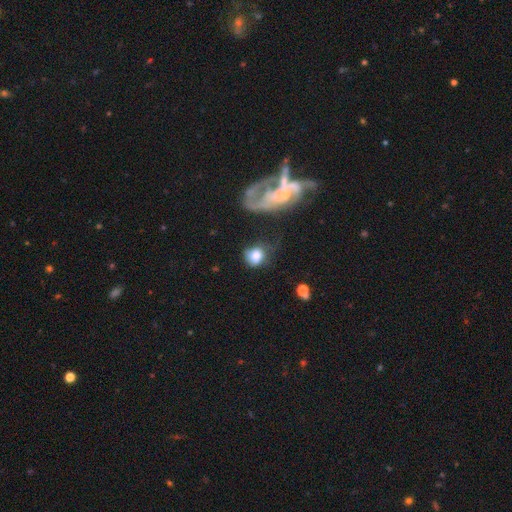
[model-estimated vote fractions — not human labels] Smooth or featured?
  - smooth: 73% *
  - featured or disk: 17%
  - star or artifact: 10%
How rounded?
  - round: 69% *
  - in between: 30%
  - cigar-shaped: 2%
Merging?
  - none: 47% *
  - minor disturbance: 23%
  - major disturbance: 20%
  - merger: 11%